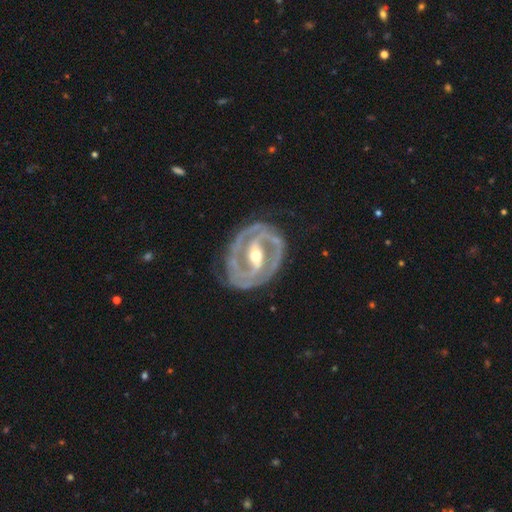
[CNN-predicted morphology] type=featured or disk (91%); edge-on=no (96%); bar=strong (63%); spiral arms=yes (94%); winding=tight (57%); arm count=2 (82%); bulge=moderate (64%); merging=none (77%).